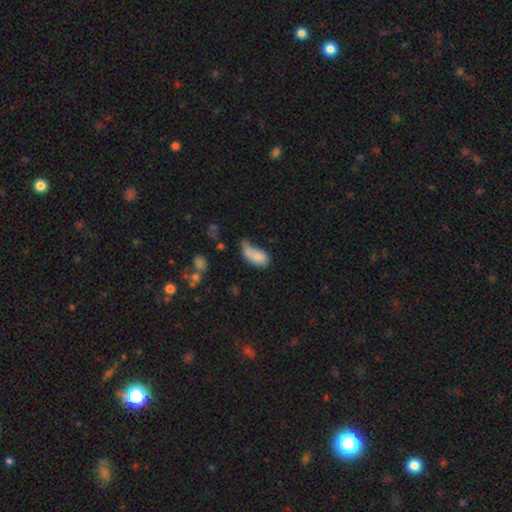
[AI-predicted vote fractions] Smooth or featured?
  - smooth: 77% *
  - featured or disk: 15%
  - star or artifact: 8%
How rounded?
  - in between: 90% *
  - cigar-shaped: 6%
  - round: 4%
Merging?
  - minor disturbance: 37% *
  - major disturbance: 28%
  - none: 24%
  - merger: 12%